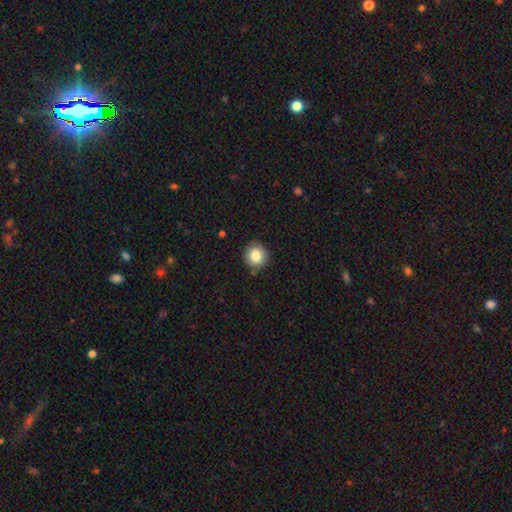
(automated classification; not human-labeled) Smooth or featured? smooth (84%)
How rounded? round (91%)
Merging? none (87%)